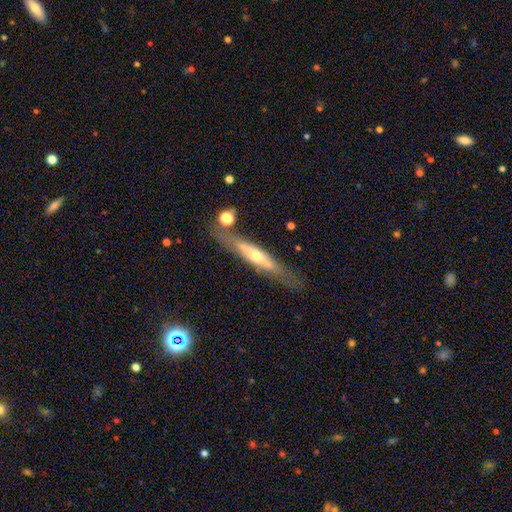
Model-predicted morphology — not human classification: smooth_or_featured: featured or disk (p=0.61) [alt: smooth p=0.32]
disk_edge_on: yes (p=0.79) [alt: no p=0.21]
merging: none (p=0.74) [alt: minor disturbance p=0.15]